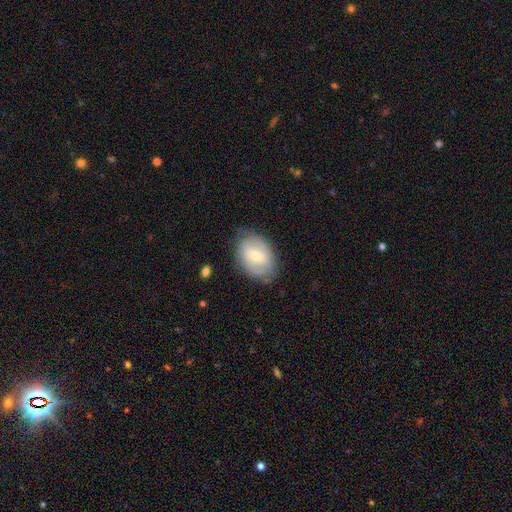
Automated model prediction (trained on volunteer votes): featured or disk 48%, smooth 45%, star or artifact 7%. Down the decision tree: merging — none (77%).